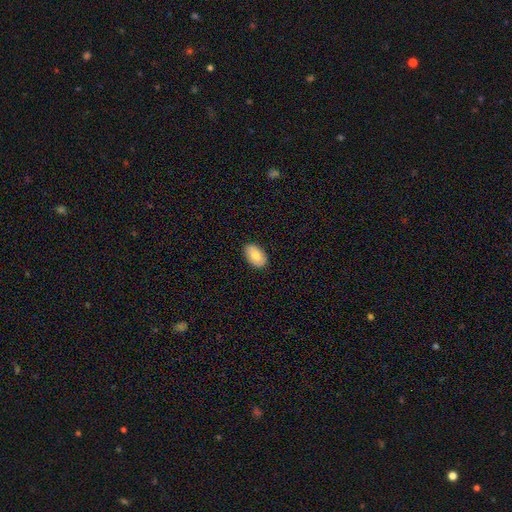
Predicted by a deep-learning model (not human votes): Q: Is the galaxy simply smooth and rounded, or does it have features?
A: smooth — 82%.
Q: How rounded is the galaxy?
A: in between — 93%.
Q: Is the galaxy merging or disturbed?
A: none — 86%.